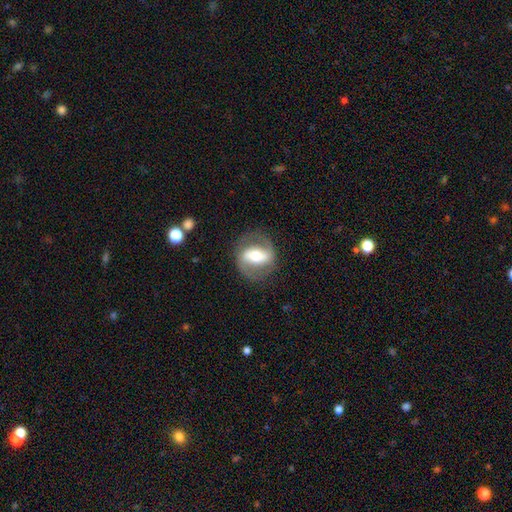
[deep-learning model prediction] Smooth or featured?
  - featured or disk: 68% *
  - smooth: 26%
  - star or artifact: 6%
Edge-on disk?
  - no: 93% *
  - yes: 7%
Bar?
  - strong: 55% *
  - weak: 27%
  - no: 18%
Spiral arms?
  - yes: 66% *
  - no: 34%
Bulge size?
  - moderate: 63% *
  - small: 19%
  - large: 15%
  - dominant: 2%
  - none: 1%
Merging?
  - none: 78% *
  - minor disturbance: 13%
  - major disturbance: 8%
  - merger: 1%